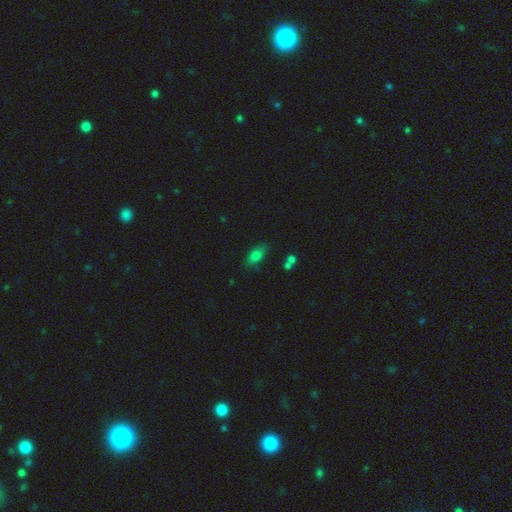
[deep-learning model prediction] The model was most divided on "merging": none: 74%, minor disturbance: 17%, merger: 5%, major disturbance: 4%. More confident: how rounded — in between (84%); smooth or featured — smooth (77%).